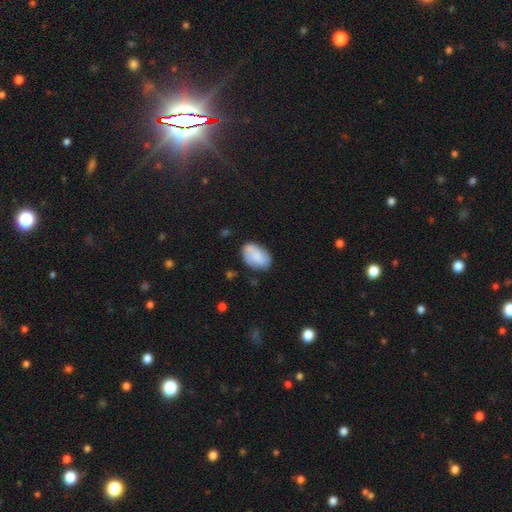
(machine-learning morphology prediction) Smooth or featured? smooth (68%)
How rounded? in between (89%)
Merging? none (70%)